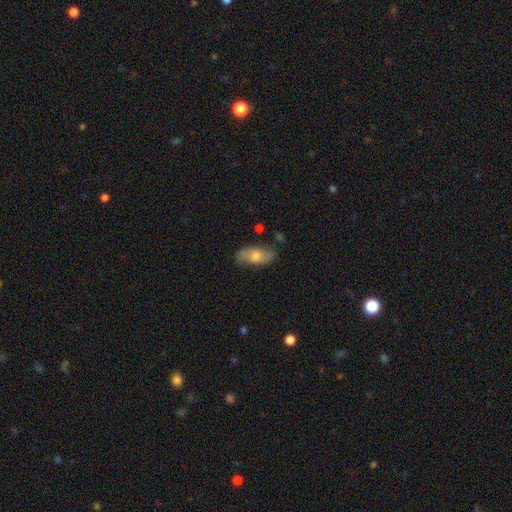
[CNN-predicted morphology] A smooth galaxy with no disk features (49%). Merging: none (76%).